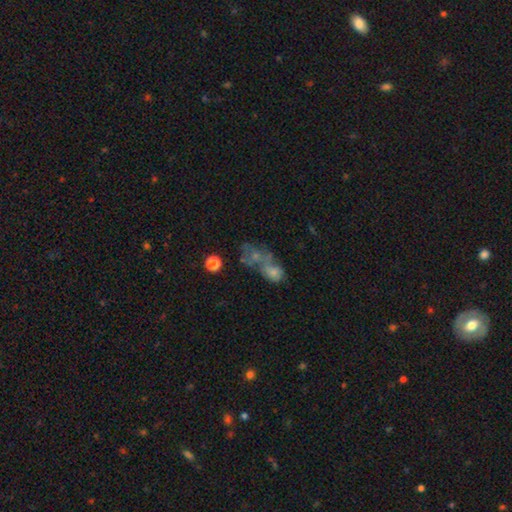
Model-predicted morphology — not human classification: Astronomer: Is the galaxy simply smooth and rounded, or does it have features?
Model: smooth — 42% (runner-up: featured or disk, 33%).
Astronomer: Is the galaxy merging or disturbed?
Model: merger — 53%.